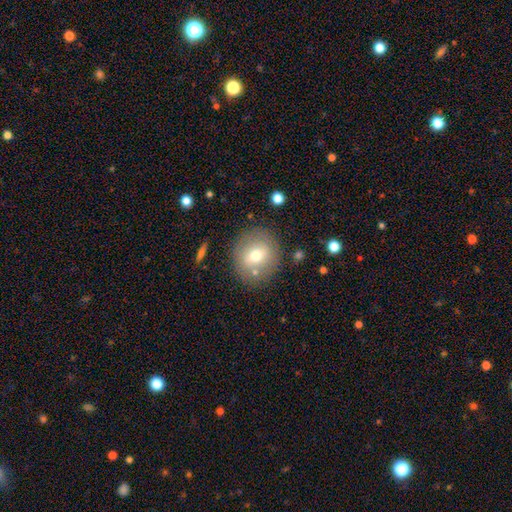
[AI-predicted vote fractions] This is likely a smooth galaxy (65%). How rounded: clearly round (85%). Merging: likely none (80%).